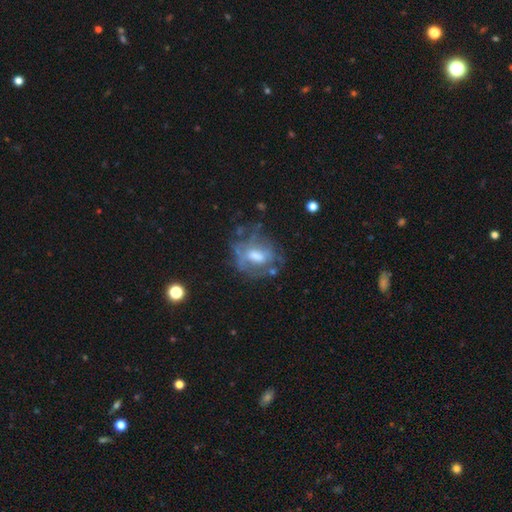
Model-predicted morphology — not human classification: A featured or disk galaxy (59%) with no bar (52%), no spiral arms (63%) and a moderate central bulge (53%).

Vote fractions:
- Smooth or featured? featured or disk: 59% / smooth: 29% / star or artifact: 12%
- Edge-on disk? no: 95% / yes: 5%
- Bar? no: 52% / weak: 37% / strong: 11%
- Spiral arms? no: 63% / yes: 37%
- Bulge size? moderate: 53% / large: 18% / small: 18% / none: 9% / dominant: 2%
- Merging? none: 49% / major disturbance: 23% / minor disturbance: 23% / merger: 5%